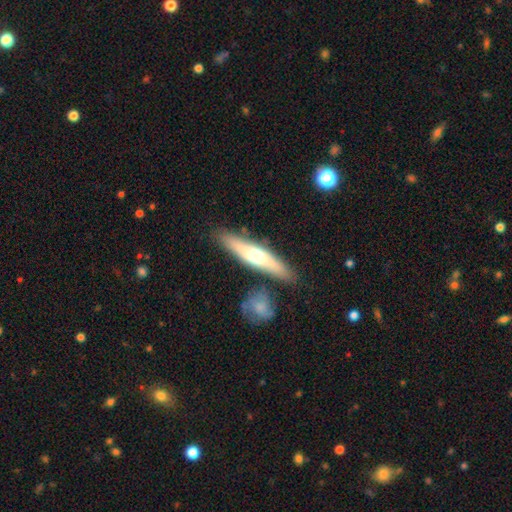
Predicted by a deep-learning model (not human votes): smooth 49%, featured or disk 45%, star or artifact 5%. Down the decision tree: merging — none (81%).